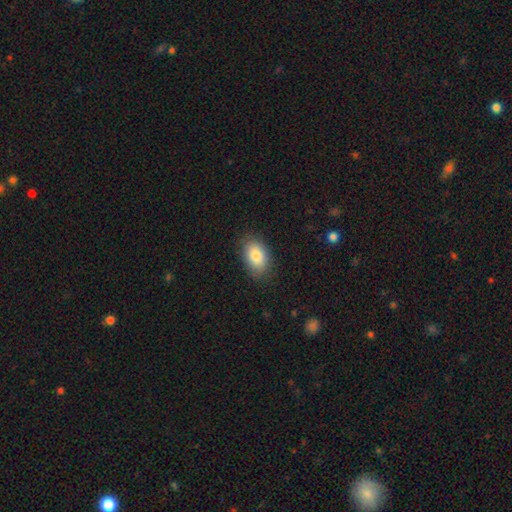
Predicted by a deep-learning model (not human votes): Smooth or featured?
  - smooth: 84% *
  - featured or disk: 9%
  - star or artifact: 8%
How rounded?
  - in between: 89% *
  - round: 10%
  - cigar-shaped: 1%
Merging?
  - none: 84% *
  - minor disturbance: 12%
  - major disturbance: 3%
  - merger: 1%